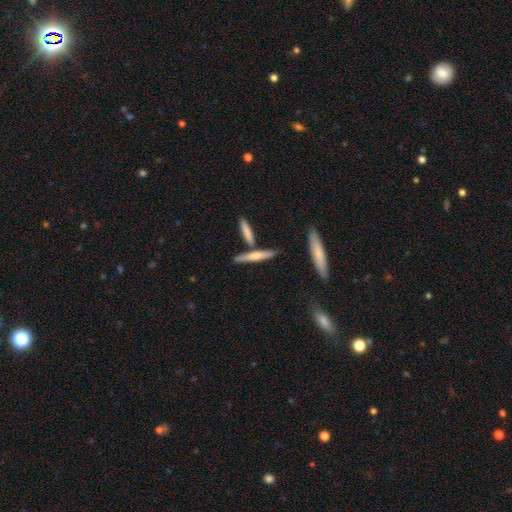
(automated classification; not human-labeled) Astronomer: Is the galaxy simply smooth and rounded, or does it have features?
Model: smooth — 51% (runner-up: featured or disk, 43%).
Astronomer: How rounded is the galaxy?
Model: cigar-shaped — 88%.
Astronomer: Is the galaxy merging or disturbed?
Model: none — 71%.